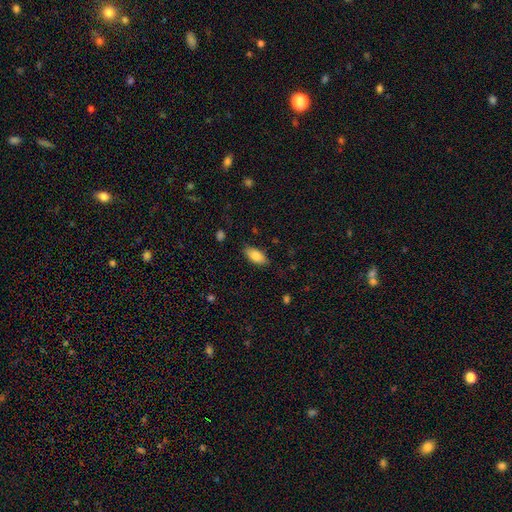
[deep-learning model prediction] The model was most divided on "merging": none: 83%, minor disturbance: 13%, major disturbance: 3%, merger: 1%. More confident: how rounded — in between (90%); smooth or featured — smooth (83%).